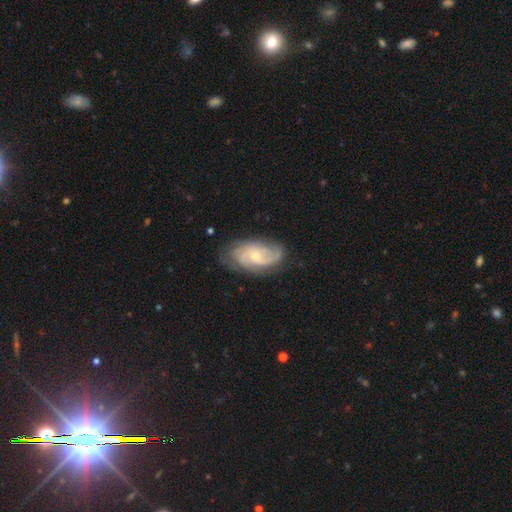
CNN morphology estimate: This is likely a featured or disk galaxy (80%). It is clearly not viewed edge-on (96%). Bar: likely no (66%). Spiral arm pattern: clearly yes (95%). Spiral arm count: marginally 2 (35%). Spiral winding: marginally medium (43%). Central bulge: likely small (68%). Merging: likely none (70%).